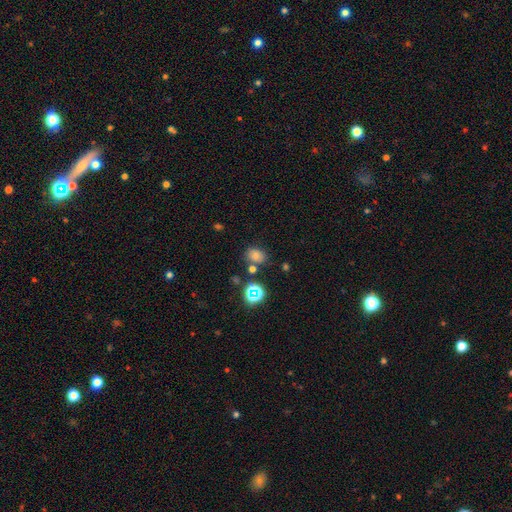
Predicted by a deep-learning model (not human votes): Morphology: type=smooth (69%); roundness=in between (56%); merging=none (71%).